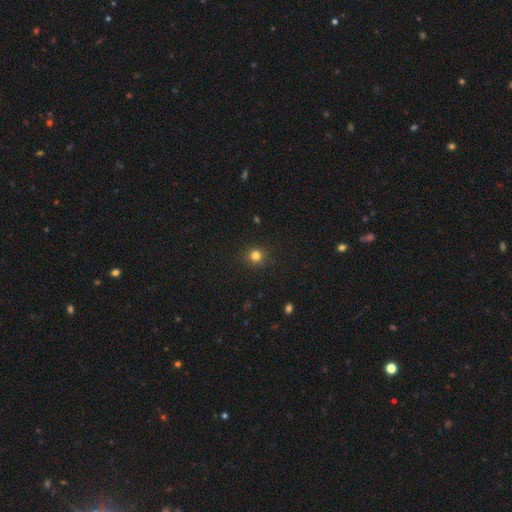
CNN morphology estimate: Overall: smooth (80%). How rounded: round (91%). Merging: none (90%).